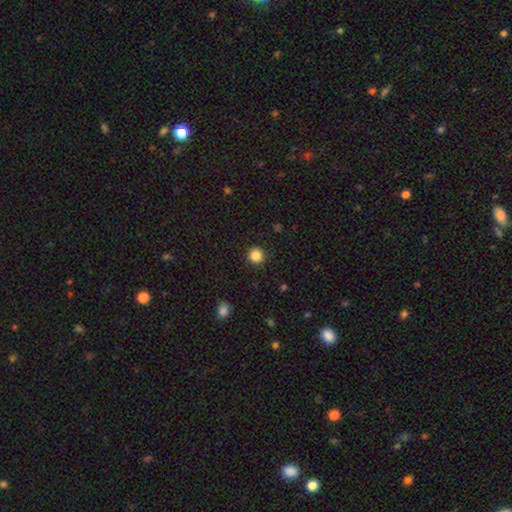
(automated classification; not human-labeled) smooth 85%, star or artifact 11%, featured or disk 4%. Down the decision tree: how rounded — round (95%); merging — none (91%).